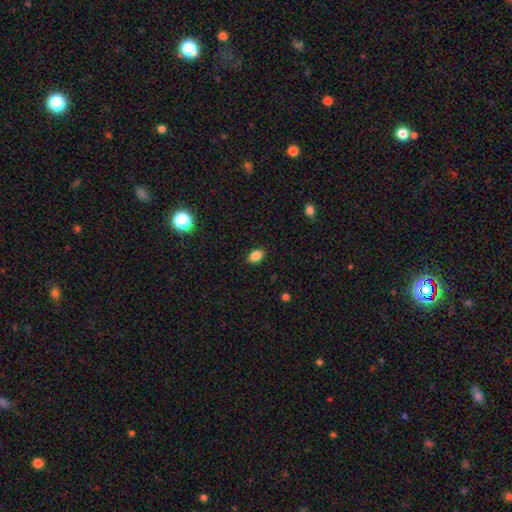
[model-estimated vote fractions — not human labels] This appears to be a smooth galaxy with no disk features (85%) that is in between round and cigar-shaped (81%). Merging: none (89%).